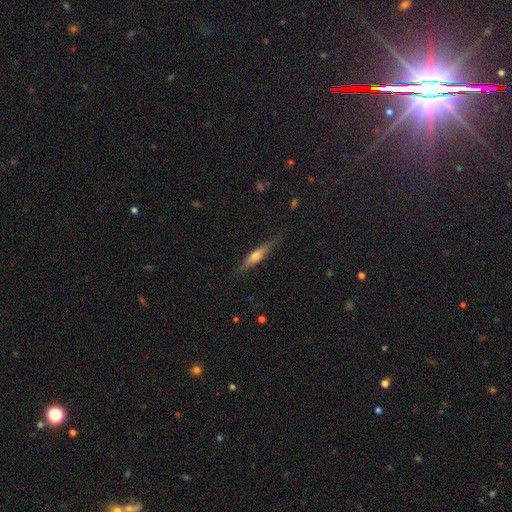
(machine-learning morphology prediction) This appears to be a featured or disk galaxy (57%) viewed edge-on (95%) with a rounded central bulge (78%). Merging: none (81%).